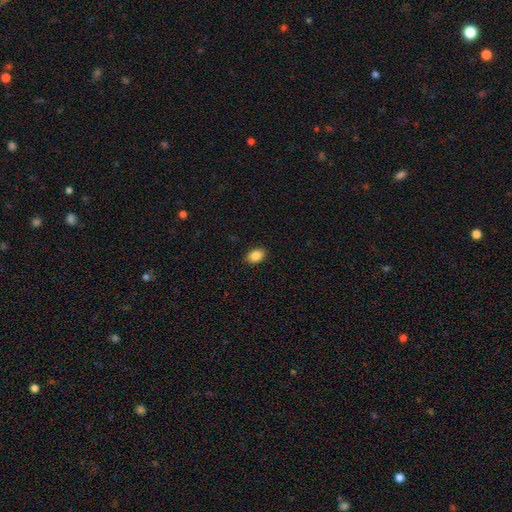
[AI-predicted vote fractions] This is clearly a smooth galaxy (87%). How rounded: clearly in between (81%). Merging: clearly none (89%).